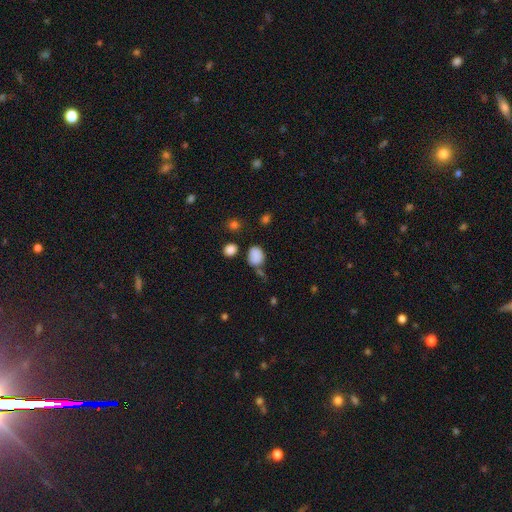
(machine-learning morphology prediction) A smooth galaxy with no disk features (84%) that is in between round and cigar-shaped (54%).

Vote fractions:
- Smooth or featured? smooth: 84% / star or artifact: 11% / featured or disk: 5%
- How rounded? in between: 54% / round: 45% / cigar-shaped: 1%
- Merging? none: 57% / minor disturbance: 23% / merger: 12% / major disturbance: 7%